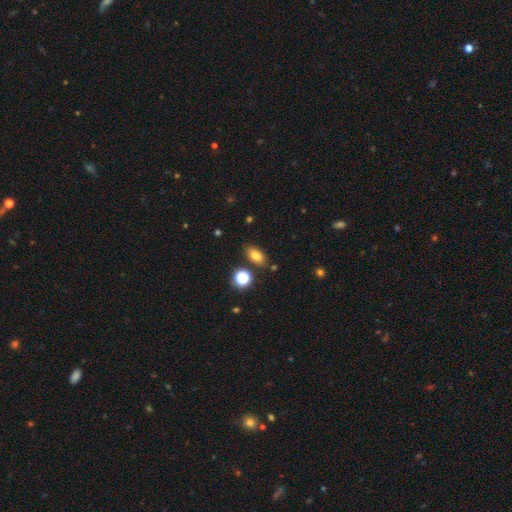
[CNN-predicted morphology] Smooth or featured?
  - smooth: 79% *
  - star or artifact: 14%
  - featured or disk: 8%
How rounded?
  - in between: 84% *
  - round: 11%
  - cigar-shaped: 4%
Merging?
  - none: 81% *
  - minor disturbance: 10%
  - merger: 5%
  - major disturbance: 3%